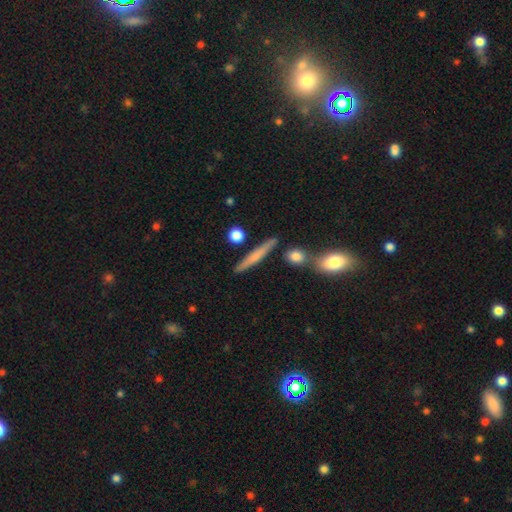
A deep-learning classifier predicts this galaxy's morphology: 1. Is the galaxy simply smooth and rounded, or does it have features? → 53% smooth, 40% featured or disk, 7% star or artifact.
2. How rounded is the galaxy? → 89% cigar-shaped, 7% in between, 4% round.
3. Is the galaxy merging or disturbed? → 80% none, 10% minor disturbance, 8% merger, 3% major disturbance.